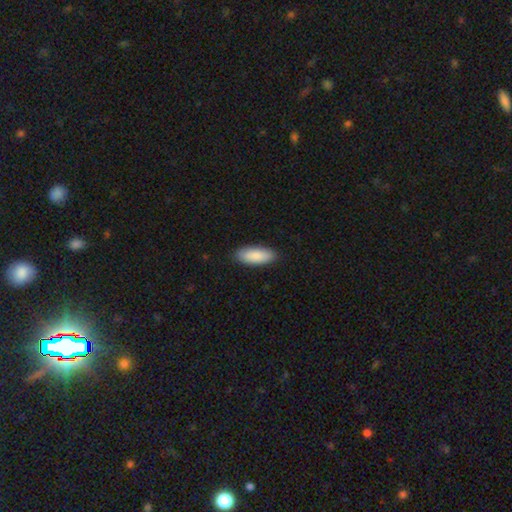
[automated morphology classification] Smooth or featured?
  - smooth: 89% *
  - featured or disk: 6%
  - star or artifact: 5%
How rounded?
  - in between: 80% *
  - cigar-shaped: 19%
  - round: 2%
Merging?
  - none: 88% *
  - minor disturbance: 9%
  - major disturbance: 2%
  - merger: 1%